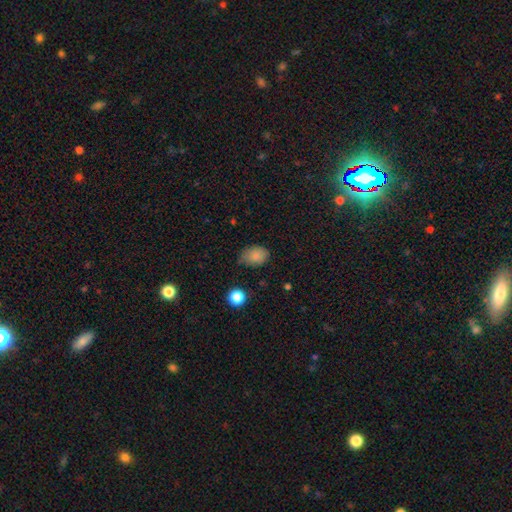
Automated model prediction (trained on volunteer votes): smooth_or_featured: smooth (p=0.84) [alt: star or artifact p=0.10]
how_rounded: in between (p=0.75) [alt: round p=0.24]
merging: none (p=0.59) [alt: minor disturbance p=0.33]